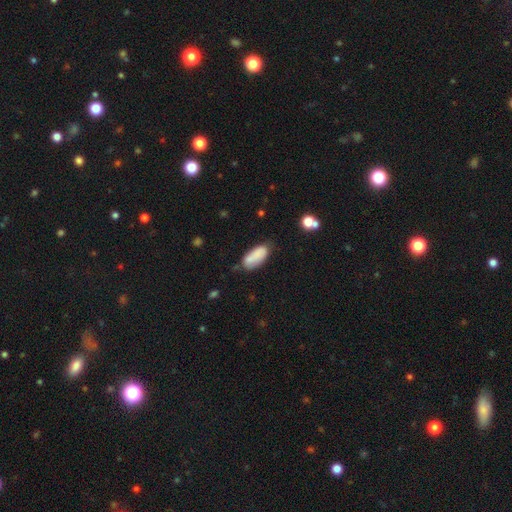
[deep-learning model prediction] Overall: smooth (82%). How rounded: in between (86%). Merging: none (67%).